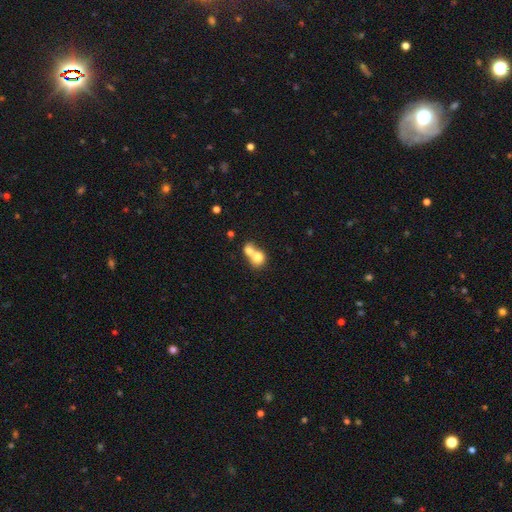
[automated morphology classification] Smooth or featured: smooth — 73% (featured or disk — 18%)
How rounded: round — 64% (in between — 35%)
Merging: merger — 74% (none — 18%)